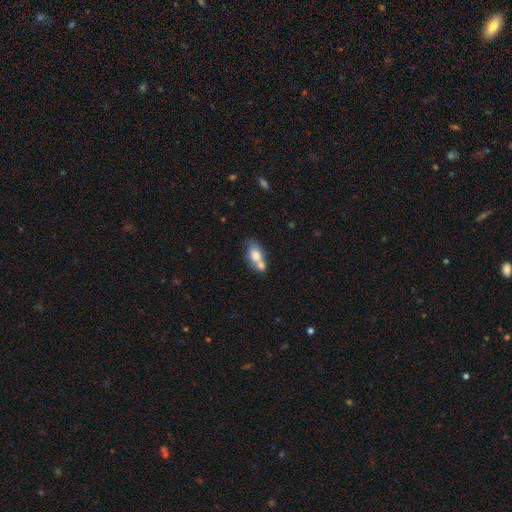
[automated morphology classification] type=smooth (72%); roundness=in between (82%); merging=merger (45%).